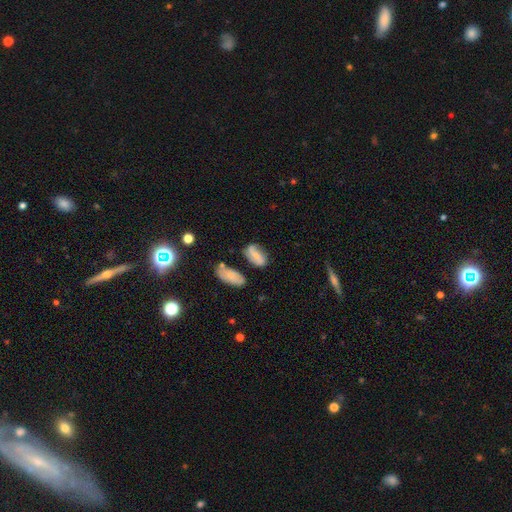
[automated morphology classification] Smooth or featured? featured or disk (46%)
Merging? none (60%)